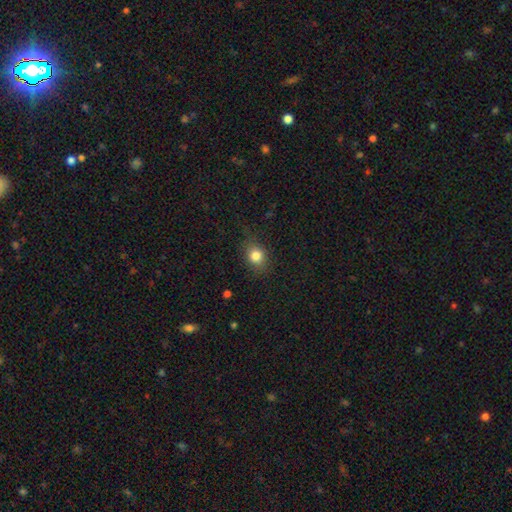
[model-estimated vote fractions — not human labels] Overall: smooth (81%). How rounded: round (60%; in between 39%). Merging: none (78%).